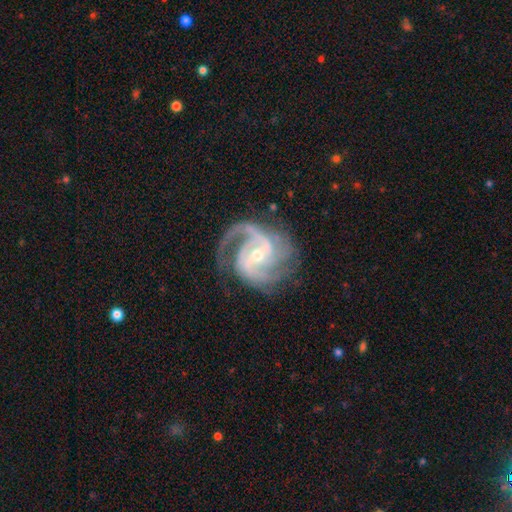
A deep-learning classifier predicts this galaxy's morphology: A featured or disk galaxy (93%) with a weak bar (47%), 2 (44%) medium (54%) spiral arms (98%) and a small central bulge (52%). Merging: none (71%).